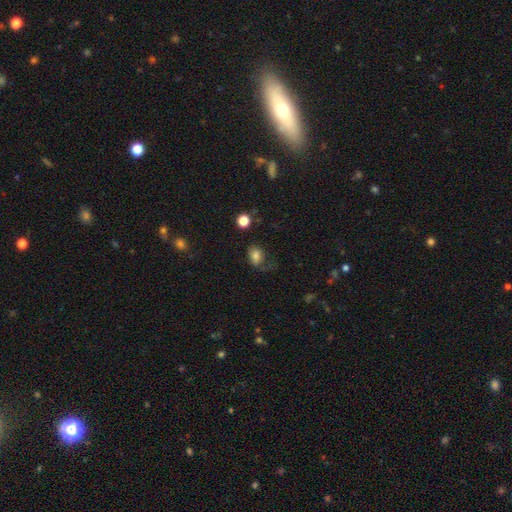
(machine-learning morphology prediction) A smooth galaxy with no disk features (77%) that is in between round and cigar-shaped (73%). Merging: none (43%).